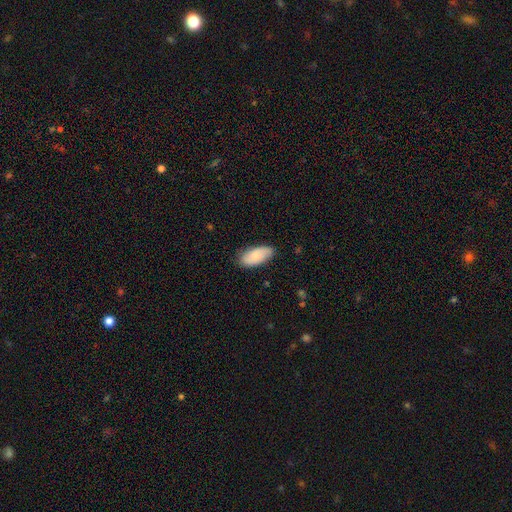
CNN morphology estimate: Q: Smooth or featured?
A: smooth (77%); runner-up: featured or disk (17%)
Q: How rounded?
A: in between (90%); runner-up: cigar-shaped (8%)
Q: Merging?
A: none (78%); runner-up: minor disturbance (18%)